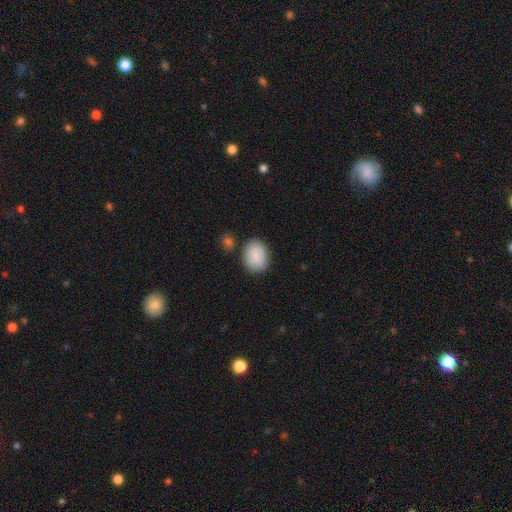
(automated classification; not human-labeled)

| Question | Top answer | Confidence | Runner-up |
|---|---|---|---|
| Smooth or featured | smooth | 86% | featured or disk (8%) |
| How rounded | in between | 60% | round (39%) |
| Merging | none | 78% | minor disturbance (13%) |